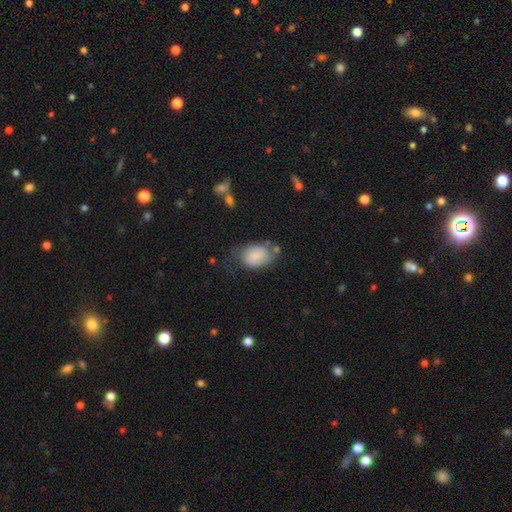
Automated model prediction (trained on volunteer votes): Q: Smooth or featured?
A: smooth (74%); runner-up: featured or disk (19%)
Q: How rounded?
A: in between (81%); runner-up: round (18%)
Q: Merging?
A: none (45%); runner-up: minor disturbance (32%)